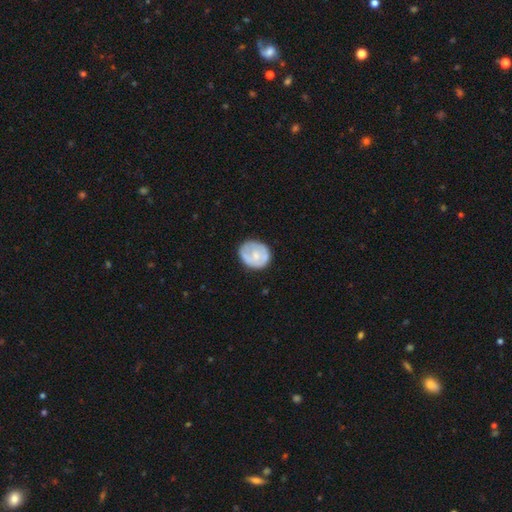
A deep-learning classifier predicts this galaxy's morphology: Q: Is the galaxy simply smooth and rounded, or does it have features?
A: smooth — 57%.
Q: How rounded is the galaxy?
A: round — 70%.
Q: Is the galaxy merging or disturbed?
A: none — 69%.